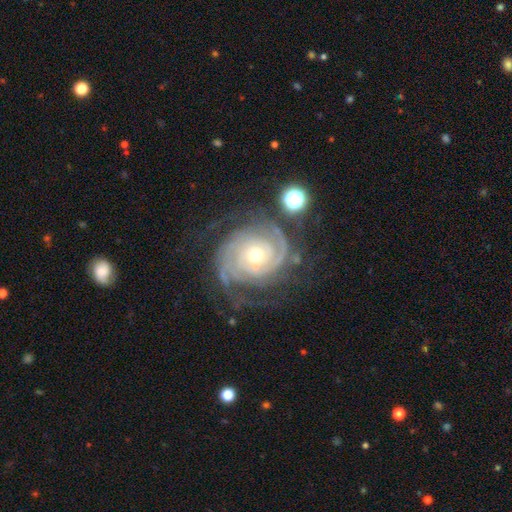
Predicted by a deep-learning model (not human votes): Smooth or featured: featured or disk — 90% (star or artifact — 6%)
Edge-on disk: no — 98% (yes — 2%)
Bar: no — 74% (weak — 20%)
Spiral arms: yes — 98% (no — 2%)
Spiral winding: tight — 71% (medium — 24%)
Spiral arm count: 2 — 31% (3 — 23%)
Bulge size: small — 49% (moderate — 47%)
Merging: none — 65% (minor disturbance — 19%)